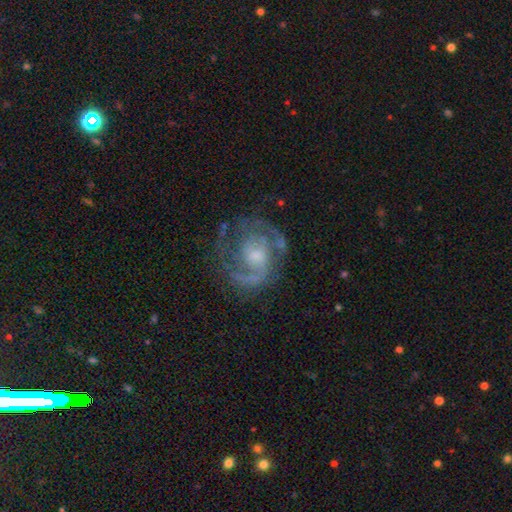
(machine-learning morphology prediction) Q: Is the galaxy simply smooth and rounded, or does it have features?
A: featured or disk — 85%.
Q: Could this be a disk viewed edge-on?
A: no — 98%.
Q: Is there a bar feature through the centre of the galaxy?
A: no — 56%.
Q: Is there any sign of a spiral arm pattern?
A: yes — 93%.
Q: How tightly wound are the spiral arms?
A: medium — 47%.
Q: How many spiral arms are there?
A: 2 — 58%.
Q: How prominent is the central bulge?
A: small — 48%.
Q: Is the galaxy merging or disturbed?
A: none — 64%.